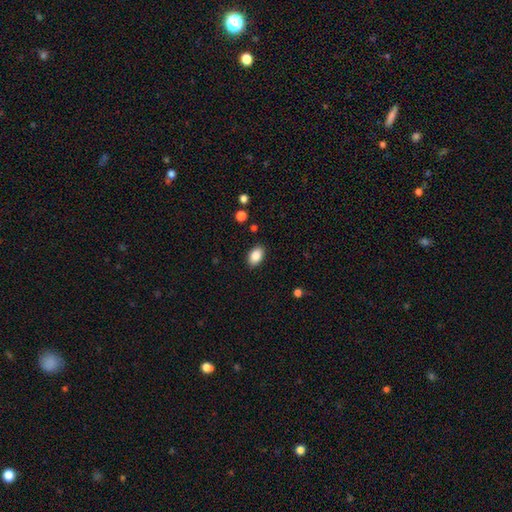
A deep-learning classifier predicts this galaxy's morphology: Smooth or featured?
  - smooth: 86% *
  - star or artifact: 8%
  - featured or disk: 7%
How rounded?
  - in between: 89% *
  - round: 9%
  - cigar-shaped: 1%
Merging?
  - none: 88% *
  - minor disturbance: 8%
  - major disturbance: 2%
  - merger: 1%